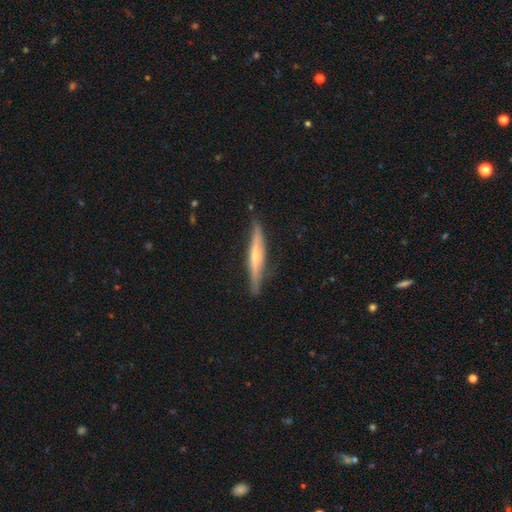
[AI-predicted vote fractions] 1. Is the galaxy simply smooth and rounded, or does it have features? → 63% featured or disk, 31% smooth, 6% star or artifact.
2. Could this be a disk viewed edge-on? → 95% yes, 5% no.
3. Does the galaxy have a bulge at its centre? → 63% rounded, 28% none, 10% boxy.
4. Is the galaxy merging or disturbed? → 84% none, 13% minor disturbance, 2% major disturbance, 1% merger.